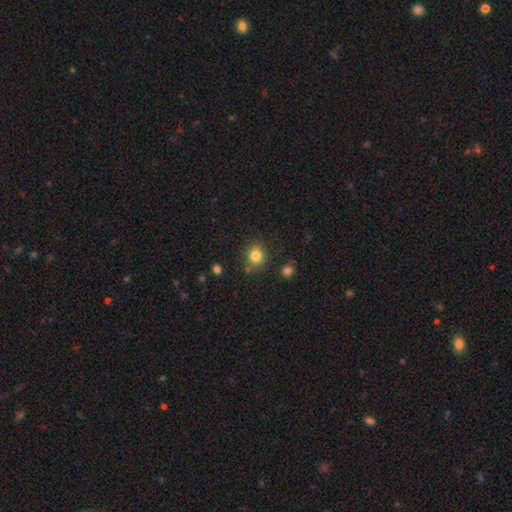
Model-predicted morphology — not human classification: smooth_or_featured: smooth (p=0.83) [alt: star or artifact p=0.11]
how_rounded: round (p=0.83) [alt: in between p=0.16]
merging: none (p=0.82) [alt: minor disturbance p=0.10]